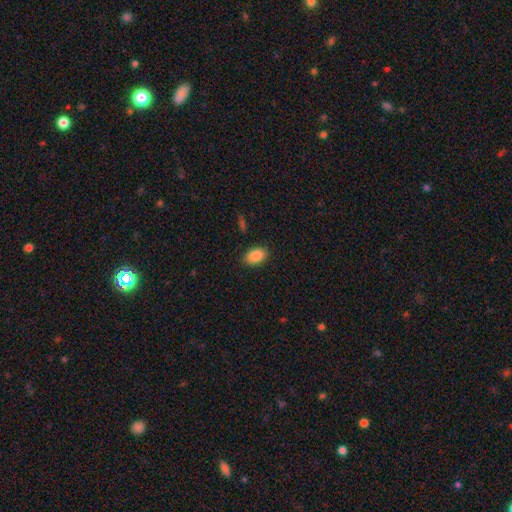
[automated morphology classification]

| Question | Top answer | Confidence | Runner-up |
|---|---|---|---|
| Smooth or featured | smooth | 89% | star or artifact (8%) |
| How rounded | in between | 90% | round (9%) |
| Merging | none | 87% | minor disturbance (10%) |